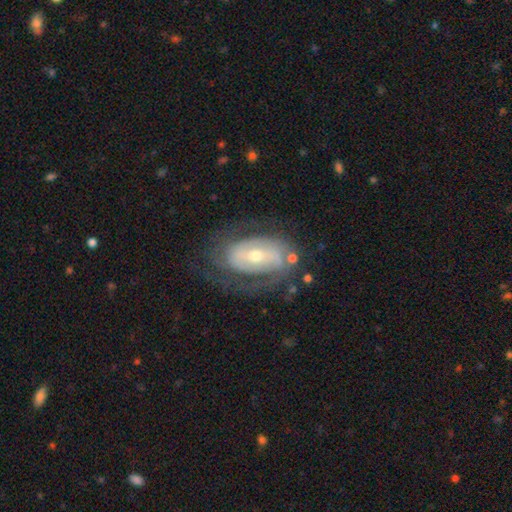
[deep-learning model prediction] Morphology: type=featured or disk (80%); edge-on=no (95%); bar=weak (41%); spiral arms=yes (85%); winding=tight (50%); arm count=2 (48%); bulge=moderate (53%); merging=none (60%).